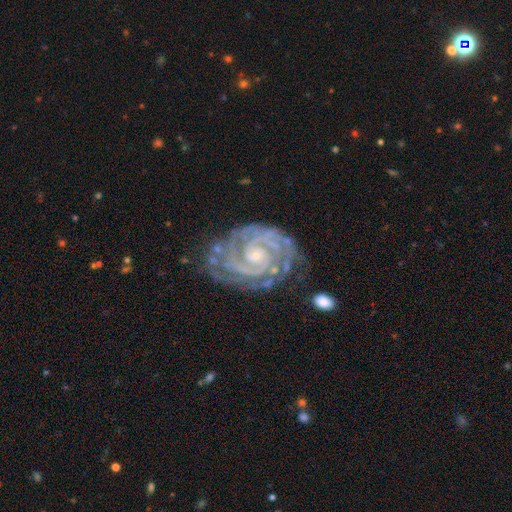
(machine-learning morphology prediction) Smooth or featured? Predicted: featured or disk (p=0.92). Edge-on disk? Predicted: no (p=0.98). Bar? Predicted: no (p=0.60). Spiral arms? Predicted: yes (p=0.99). Spiral winding? Predicted: tight (p=0.79). Spiral arm count? Predicted: 2 (p=0.62). Bulge size? Predicted: small (p=0.72). Merging? Predicted: none (p=0.72).